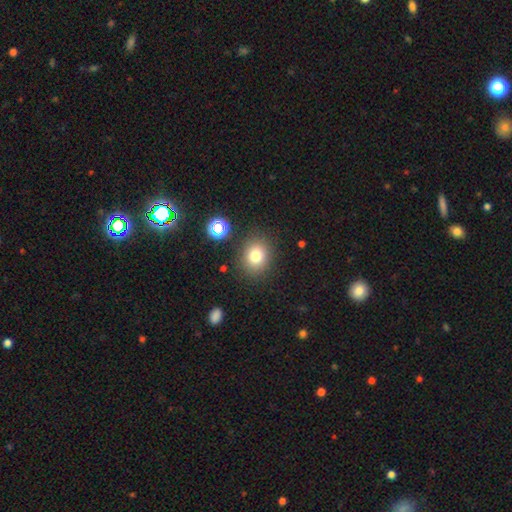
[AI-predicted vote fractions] Morphology: type=smooth (77%); roundness=round (68%); merging=none (85%).